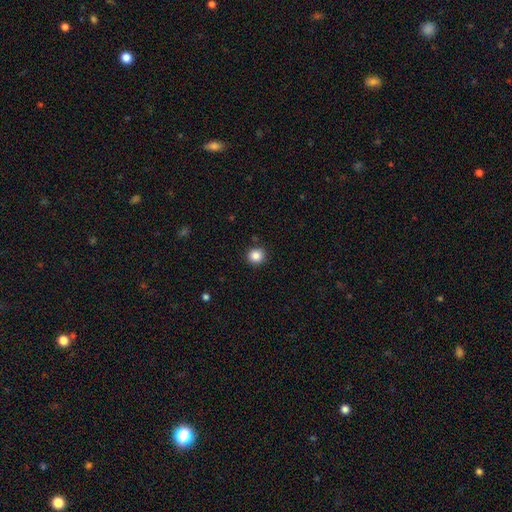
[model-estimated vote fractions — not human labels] smooth-or-featured: smooth: 86% | star or artifact: 10% | featured or disk: 4%
  how-rounded: round: 91% | in between: 8% | cigar-shaped: 1%
  merging: none: 90% | minor disturbance: 6% | major disturbance: 2% | merger: 2%